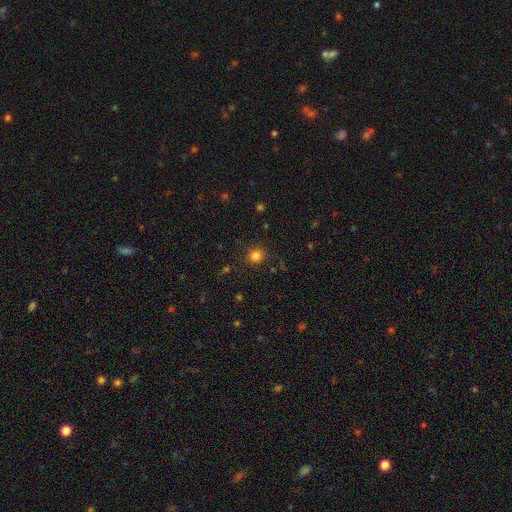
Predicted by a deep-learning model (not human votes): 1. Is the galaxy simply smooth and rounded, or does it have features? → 82% smooth, 14% star or artifact, 5% featured or disk.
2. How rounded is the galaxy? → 91% round, 8% in between, 1% cigar-shaped.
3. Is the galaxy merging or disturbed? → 89% none, 7% minor disturbance, 3% major disturbance, 1% merger.